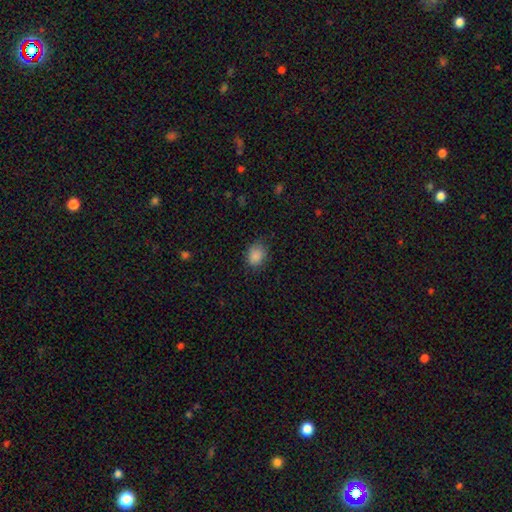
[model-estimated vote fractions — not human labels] A smooth galaxy with no disk features (87%) that is round (50%). Merging: none (75%).